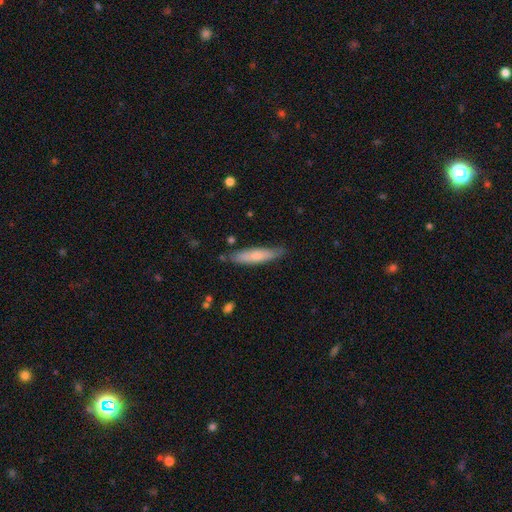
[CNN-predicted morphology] smooth 66%, featured or disk 28%, star or artifact 5%. Down the decision tree: how rounded — cigar-shaped (81%); merging — none (81%).